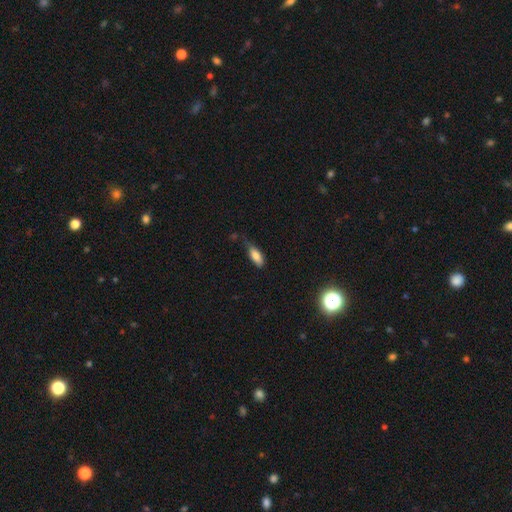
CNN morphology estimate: type=smooth (81%); roundness=in between (76%); merging=none (48%).